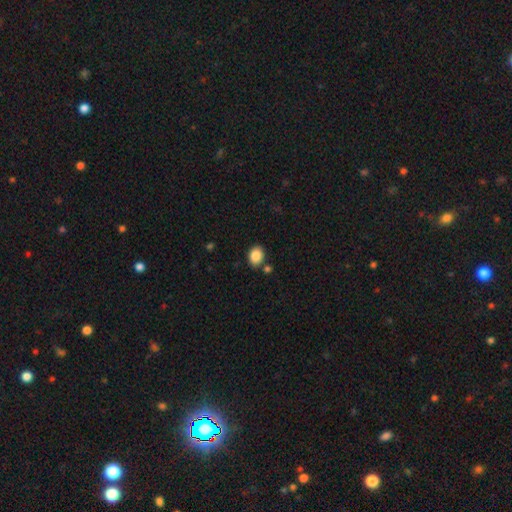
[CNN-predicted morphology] Q: Smooth or featured?
A: smooth (88%); runner-up: star or artifact (8%)
Q: How rounded?
A: in between (61%); runner-up: round (38%)
Q: Merging?
A: none (80%); runner-up: minor disturbance (11%)